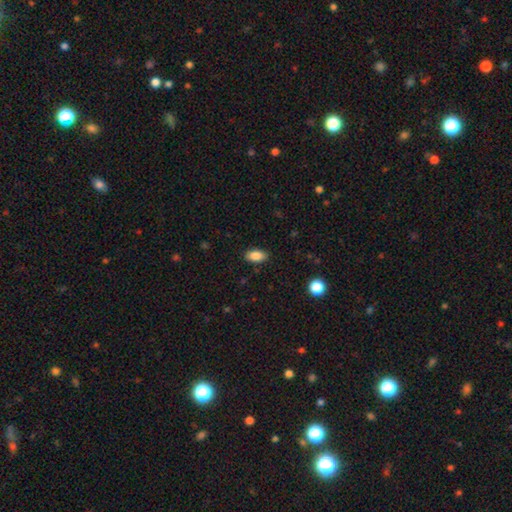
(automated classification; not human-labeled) This is clearly a smooth galaxy (87%). How rounded: clearly in between (92%). Merging: clearly none (87%).